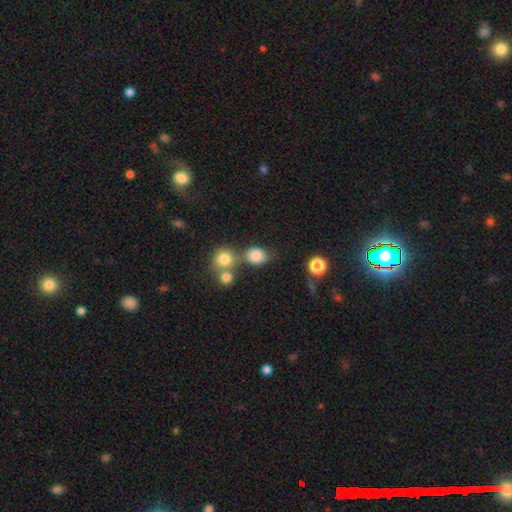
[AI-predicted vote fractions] Smooth or featured? Predicted: smooth (p=0.82). How rounded? Predicted: round (p=0.60). Merging? Predicted: none (p=0.54).